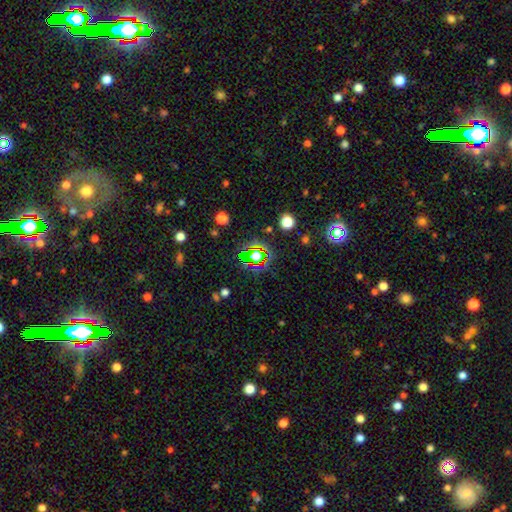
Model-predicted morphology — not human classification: Smooth or featured? Predicted: star or artifact (p=0.61).